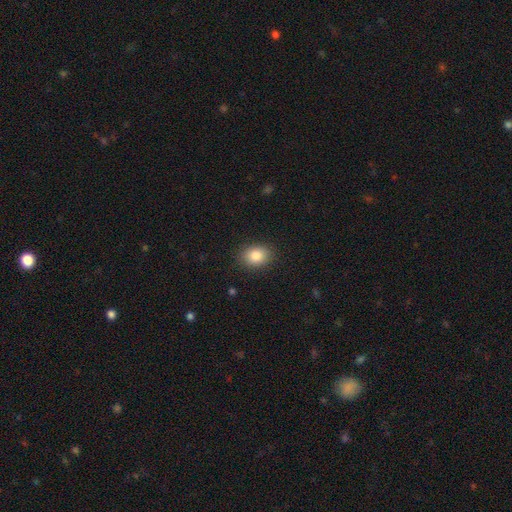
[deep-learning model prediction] A smooth galaxy with no disk features (85%) that is in between round and cigar-shaped (60%). Merging: none (88%).